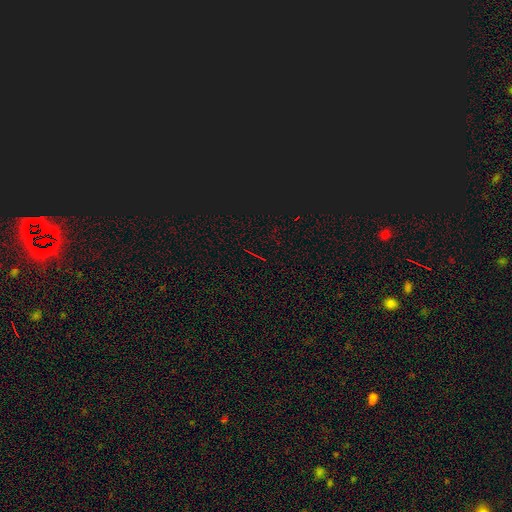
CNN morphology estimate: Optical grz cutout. It shows a star or artifact, not a galaxy (79%).